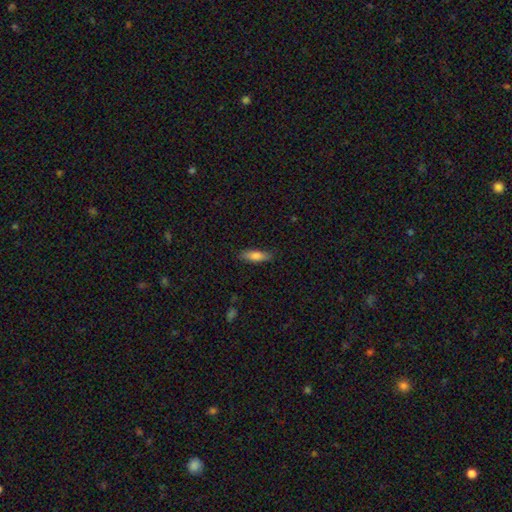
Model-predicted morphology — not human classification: smooth_or_featured: smooth (p=0.77) [alt: featured or disk p=0.17]
how_rounded: cigar-shaped (p=0.52) [alt: in between p=0.46]
merging: none (p=0.85) [alt: minor disturbance p=0.11]